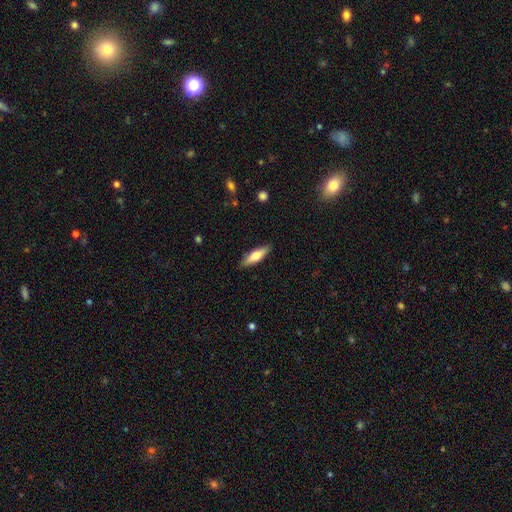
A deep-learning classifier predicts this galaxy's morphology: Smooth or featured? Predicted: smooth (p=0.61). How rounded? Predicted: cigar-shaped (p=0.54). Merging? Predicted: none (p=0.88).